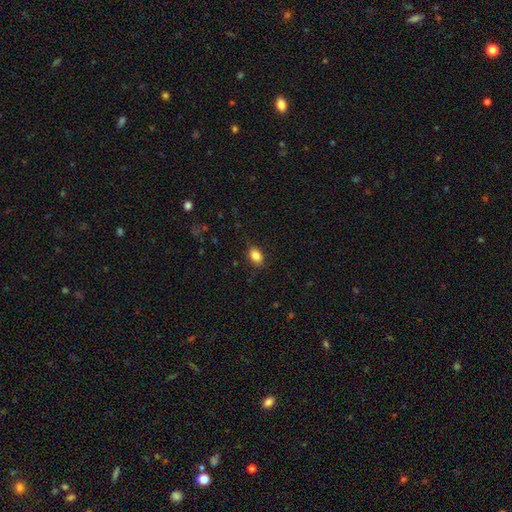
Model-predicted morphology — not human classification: A smooth galaxy with no disk features (85%) that is in between round and cigar-shaped (82%). Merging: none (86%).